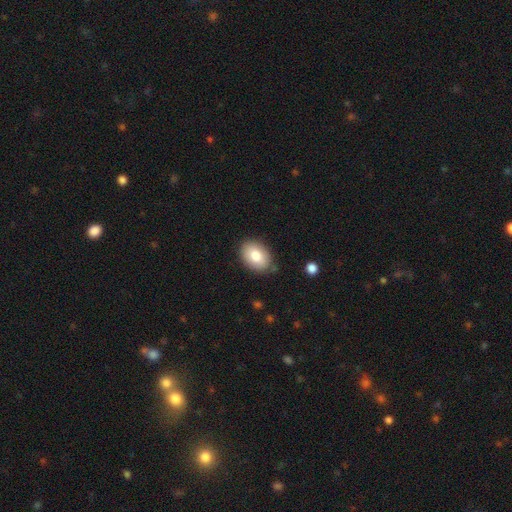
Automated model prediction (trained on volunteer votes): smooth 80%, featured or disk 12%, star or artifact 8%. Down the decision tree: how rounded — in between (79%); merging — none (83%).